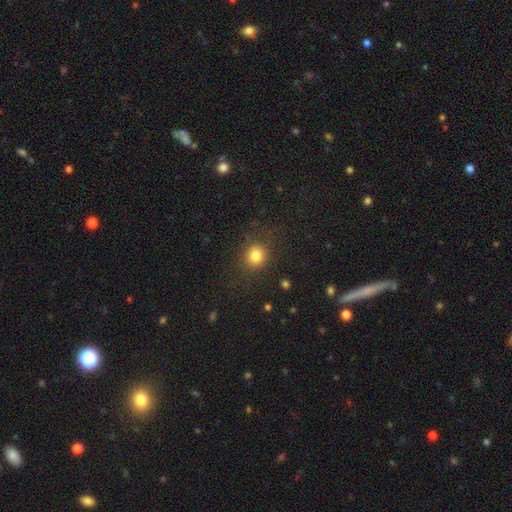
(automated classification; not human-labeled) Smooth or featured: smooth — 81% (star or artifact — 12%)
How rounded: round — 83% (in between — 16%)
Merging: none — 83% (minor disturbance — 11%)